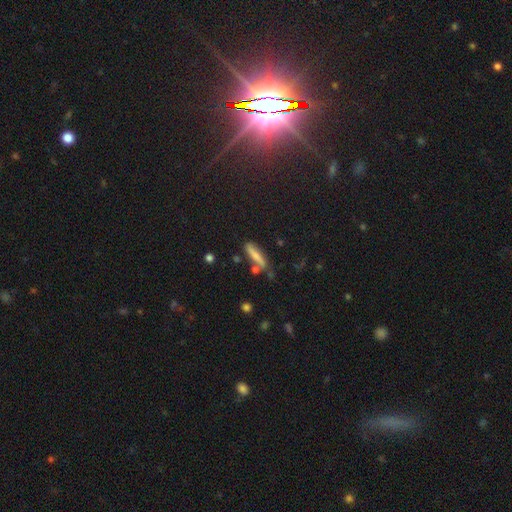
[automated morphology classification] Smooth or featured: smooth — 61% (featured or disk — 30%)
How rounded: cigar-shaped — 79% (in between — 18%)
Merging: none — 68% (minor disturbance — 18%)